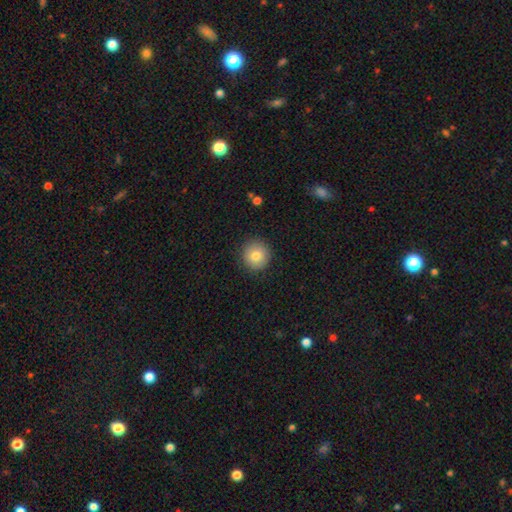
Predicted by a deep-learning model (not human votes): Smooth or featured? Predicted: smooth (p=0.80). How rounded? Predicted: round (p=0.94). Merging? Predicted: none (p=0.90).